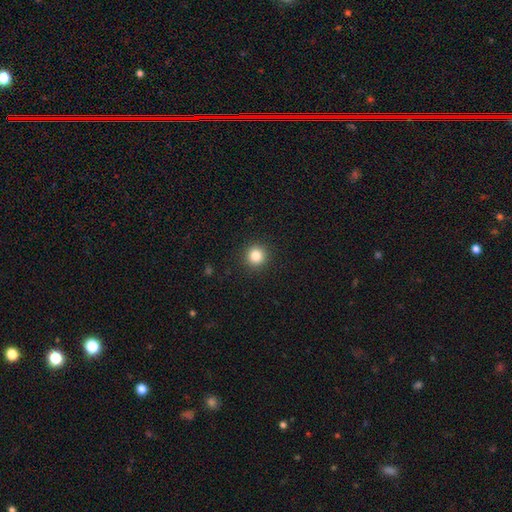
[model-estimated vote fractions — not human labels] Smooth or featured: smooth — 84% (star or artifact — 11%)
How rounded: round — 94% (in between — 5%)
Merging: none — 92% (minor disturbance — 5%)